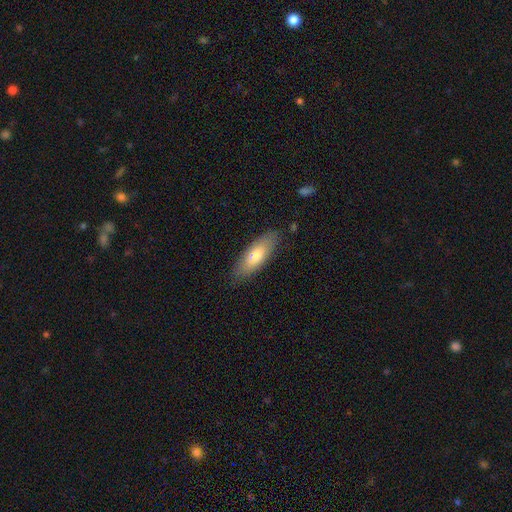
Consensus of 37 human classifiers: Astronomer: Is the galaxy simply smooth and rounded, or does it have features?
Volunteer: smooth — 68%.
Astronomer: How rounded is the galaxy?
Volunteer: cigar-shaped — 64%.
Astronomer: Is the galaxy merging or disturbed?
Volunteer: none — 89%.